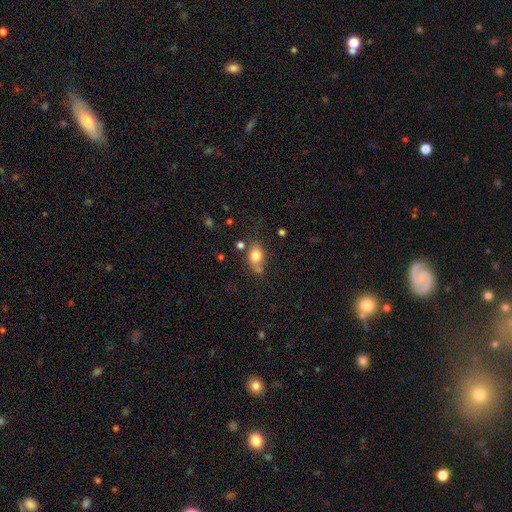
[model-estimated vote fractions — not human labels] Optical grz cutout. It shows a smooth galaxy with no disk features (79%) that is in between round and cigar-shaped (64%). Merging: none (56%).